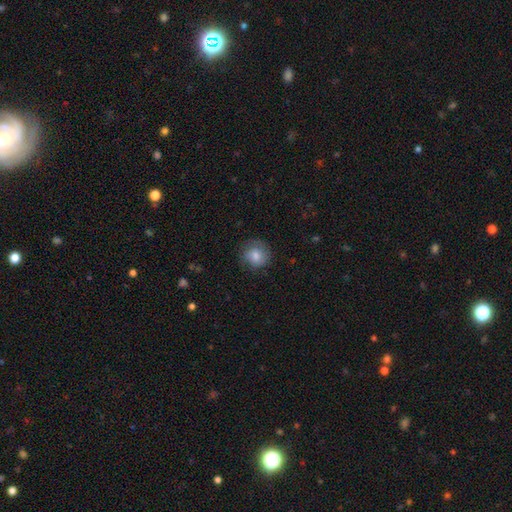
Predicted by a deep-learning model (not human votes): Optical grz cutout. It shows a smooth galaxy with no disk features (78%) that is round (86%). Merging: none (75%).